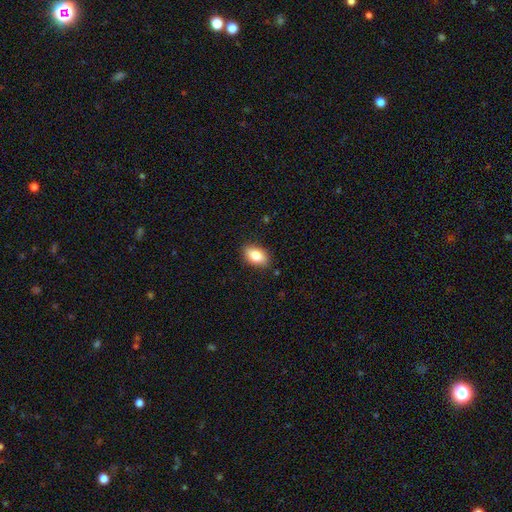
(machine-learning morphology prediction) Smooth or featured? Predicted: smooth (p=0.81). How rounded? Predicted: in between (p=0.88). Merging? Predicted: none (p=0.86).